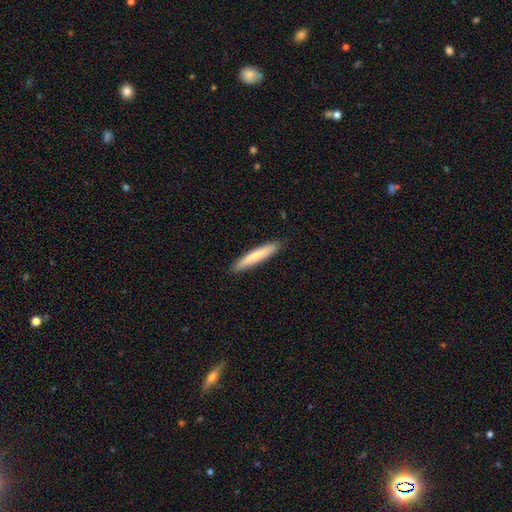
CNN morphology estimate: This appears to be a smooth galaxy with no disk features (74%) that is cigar-shaped (93%). Merging: none (90%).